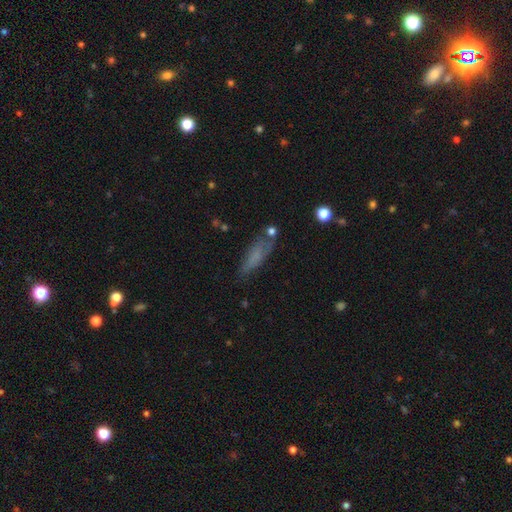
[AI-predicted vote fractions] smooth-or-featured: smooth: 63% | featured or disk: 25% | star or artifact: 12%
  how-rounded: cigar-shaped: 60% | in between: 37% | round: 3%
  merging: none: 64% | minor disturbance: 22% | major disturbance: 8% | merger: 6%